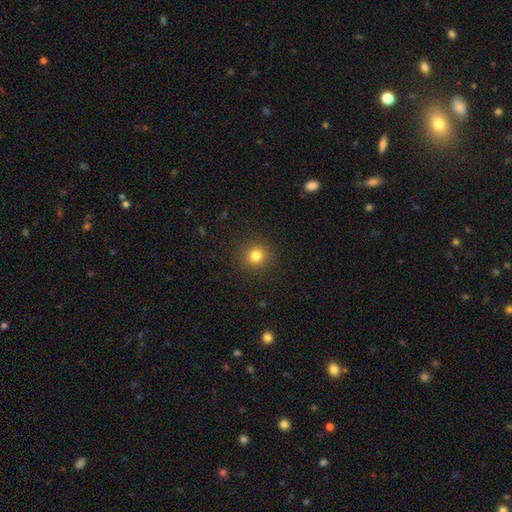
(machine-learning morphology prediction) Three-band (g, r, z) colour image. It shows a smooth galaxy with no disk features (81%) that is round (90%). Merging: none (91%).